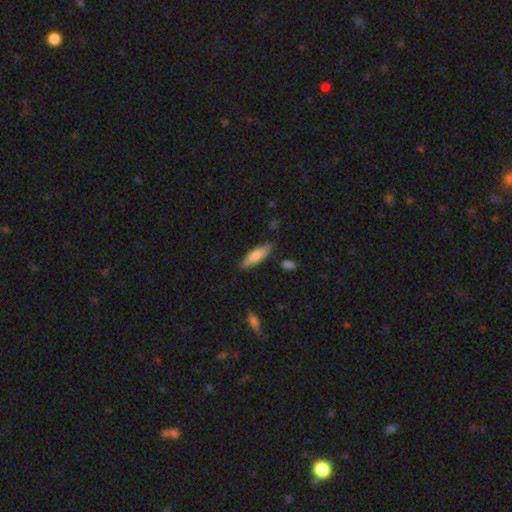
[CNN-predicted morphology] Smooth or featured? Predicted: smooth (p=0.77). How rounded? Predicted: cigar-shaped (p=0.56). Merging? Predicted: none (p=0.85).